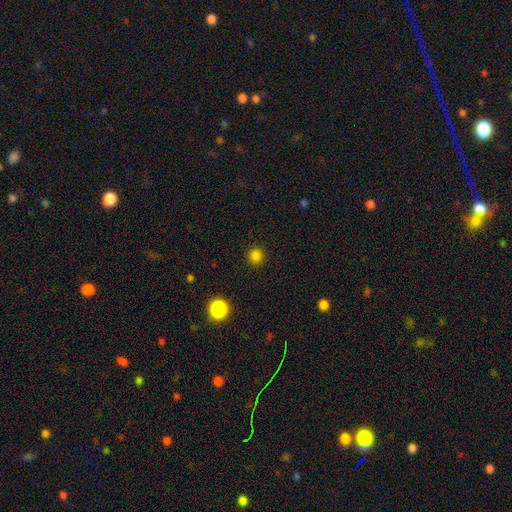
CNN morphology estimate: The model was most divided on "smooth or featured": smooth: 80%, star or artifact: 16%, featured or disk: 4%. More confident: how rounded — round (92%); merging — none (92%).